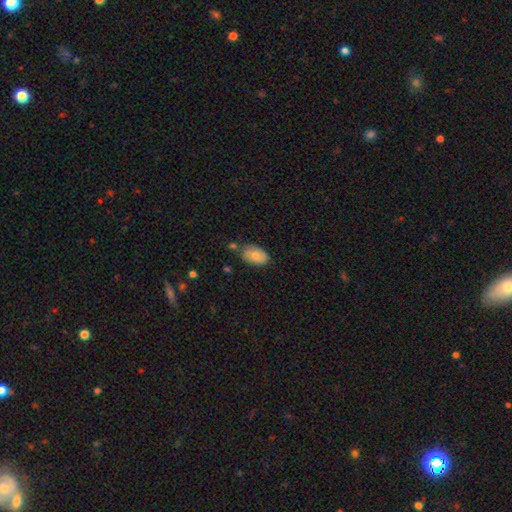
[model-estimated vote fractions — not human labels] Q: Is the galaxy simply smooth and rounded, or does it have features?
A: smooth — 74%.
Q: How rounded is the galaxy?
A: in between — 92%.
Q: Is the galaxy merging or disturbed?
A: none — 63%.